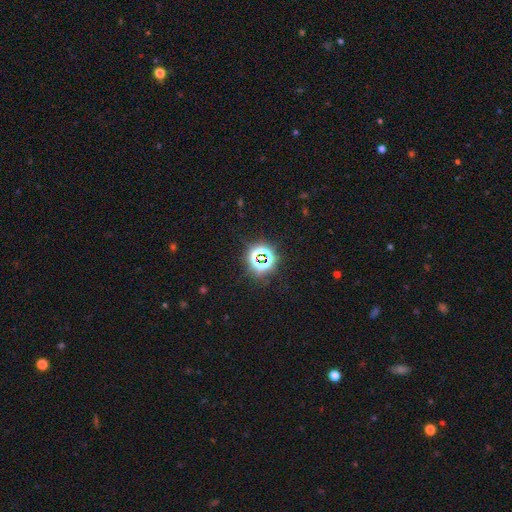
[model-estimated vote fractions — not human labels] Smooth or featured: star or artifact — 75% (smooth — 17%)